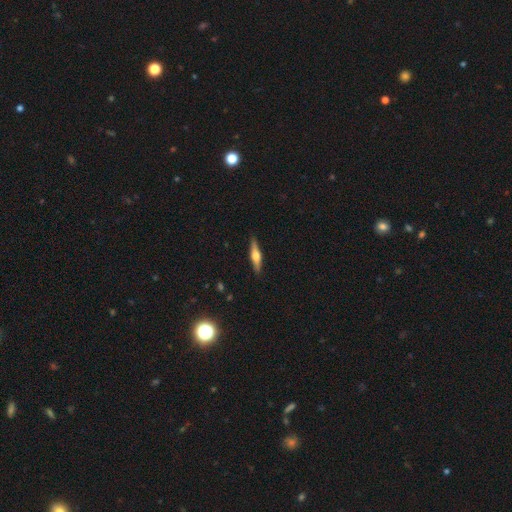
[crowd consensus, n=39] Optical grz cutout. It shows a smooth galaxy with no disk features (49%) that is cigar-shaped (74%). Merging: none (92%).